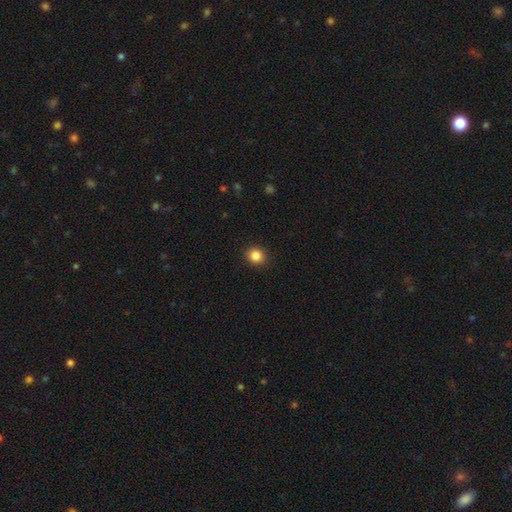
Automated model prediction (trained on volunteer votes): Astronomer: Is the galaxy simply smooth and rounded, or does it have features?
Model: smooth — 86%.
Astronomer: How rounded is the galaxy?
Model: round — 82%.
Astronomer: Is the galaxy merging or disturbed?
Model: none — 91%.